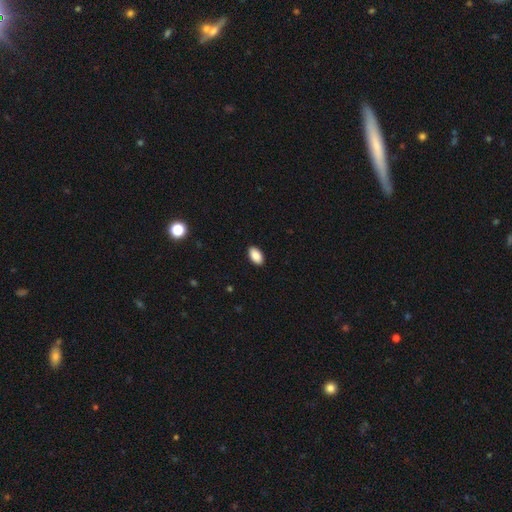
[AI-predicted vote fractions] The model was most divided on "smooth or featured": smooth: 89%, star or artifact: 8%, featured or disk: 4%. More confident: how rounded — in between (94%); merging — none (90%).